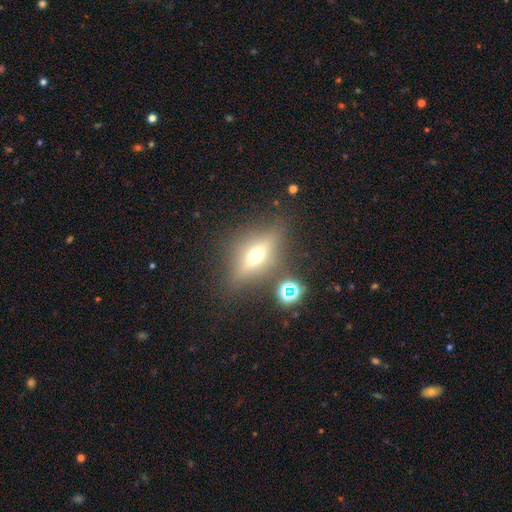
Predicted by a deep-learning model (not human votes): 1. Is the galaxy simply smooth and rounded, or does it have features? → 57% featured or disk, 29% smooth, 14% star or artifact.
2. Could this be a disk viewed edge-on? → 84% yes, 16% no.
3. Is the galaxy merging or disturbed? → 79% none, 12% minor disturbance, 5% major disturbance, 4% merger.